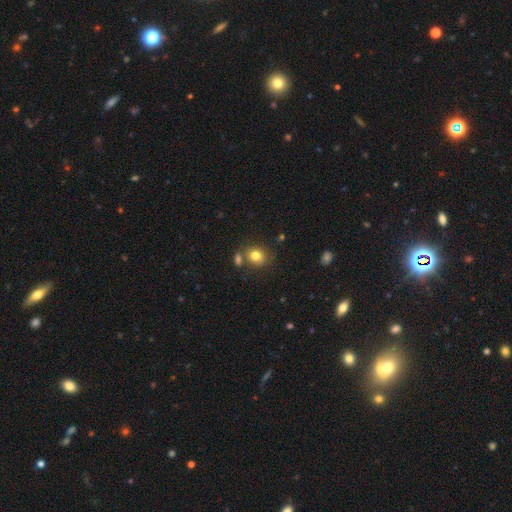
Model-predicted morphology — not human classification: This is clearly a smooth galaxy (80%). How rounded: likely round (65%). Merging: likely none (64%).